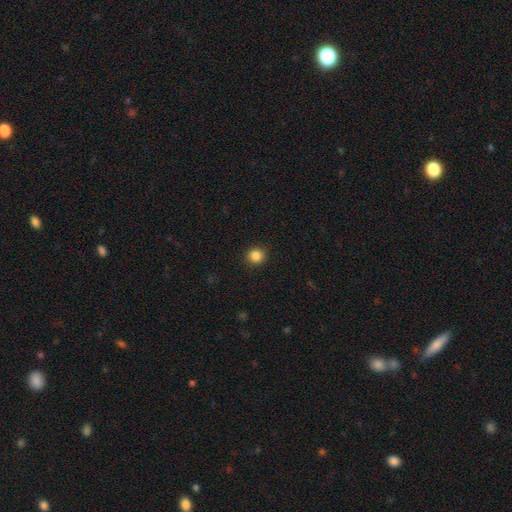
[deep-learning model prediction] smooth_or_featured: smooth (p=0.86) [alt: star or artifact p=0.11]
how_rounded: round (p=0.91) [alt: in between p=0.08]
merging: none (p=0.90) [alt: minor disturbance p=0.07]